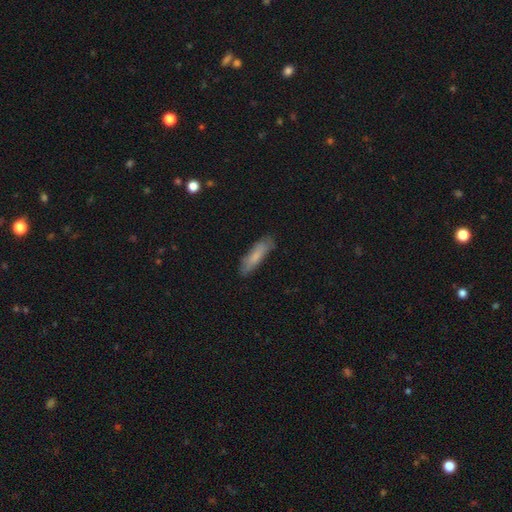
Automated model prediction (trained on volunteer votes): smooth-or-featured: smooth: 76% | featured or disk: 18% | star or artifact: 6%
  how-rounded: cigar-shaped: 71% | in between: 27% | round: 2%
  merging: none: 81% | minor disturbance: 15% | major disturbance: 3% | merger: 1%